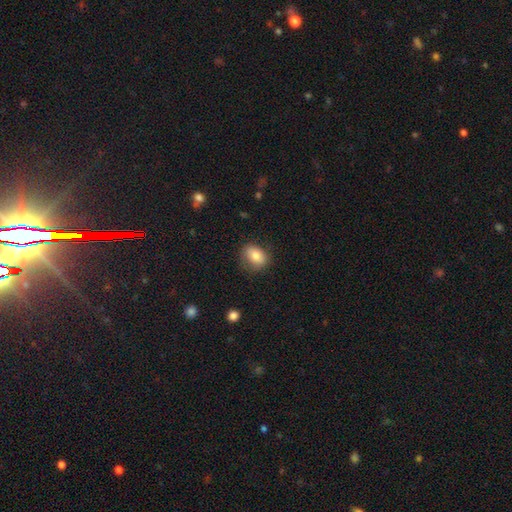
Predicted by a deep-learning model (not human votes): Smooth or featured?
  - smooth: 80% *
  - featured or disk: 11%
  - star or artifact: 9%
How rounded?
  - in between: 64% *
  - round: 35%
  - cigar-shaped: 1%
Merging?
  - none: 75% *
  - minor disturbance: 18%
  - major disturbance: 5%
  - merger: 1%